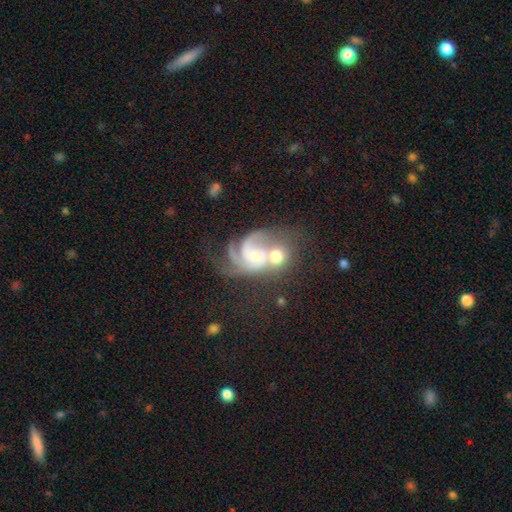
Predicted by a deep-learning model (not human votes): Smooth or featured?
  - featured or disk: 80% *
  - smooth: 12%
  - star or artifact: 8%
Edge-on disk?
  - no: 98% *
  - yes: 2%
Bar?
  - no: 62% *
  - weak: 31%
  - strong: 8%
Spiral arms?
  - yes: 95% *
  - no: 5%
Spiral winding?
  - medium: 49% *
  - tight: 29%
  - loose: 22%
Spiral arm count?
  - 3: 35% *
  - 2: 33%
  - can't tell: 14%
  - 1: 8%
  - 4: 6%
  - more than 4: 4%
Bulge size?
  - small: 44% *
  - moderate: 39%
  - large: 8%
  - none: 7%
  - dominant: 2%
Merging?
  - merger: 47% *
  - none: 25%
  - major disturbance: 17%
  - minor disturbance: 11%